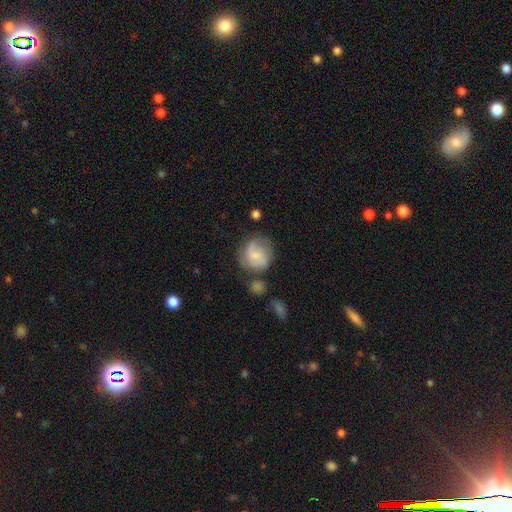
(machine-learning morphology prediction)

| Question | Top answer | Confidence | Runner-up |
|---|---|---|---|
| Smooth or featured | smooth | 56% | featured or disk (37%) |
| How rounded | round | 83% | in between (16%) |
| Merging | none | 58% | minor disturbance (22%) |